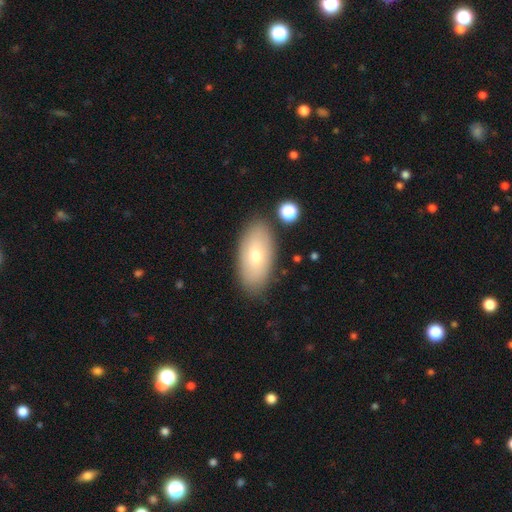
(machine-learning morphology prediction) A smooth galaxy with no disk features (65%) that is in between round and cigar-shaped (92%). Merging: none (83%).